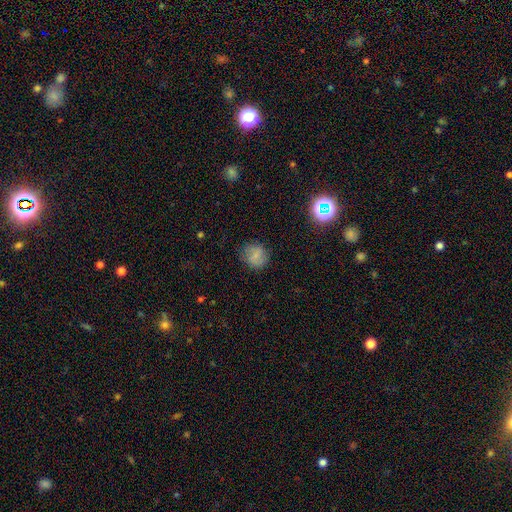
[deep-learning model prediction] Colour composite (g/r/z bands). It shows a smooth galaxy with no disk features (71%) that is round (81%). Merging: none (81%).